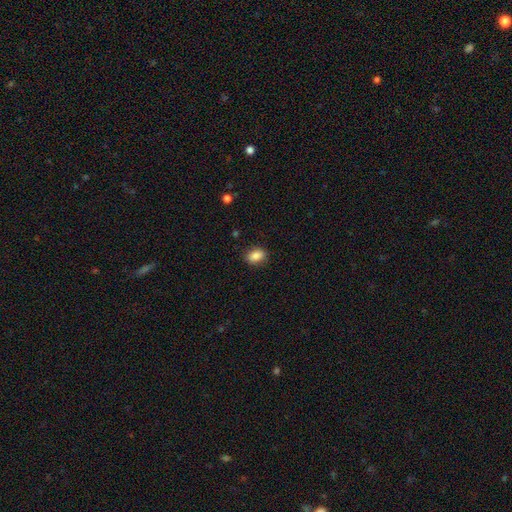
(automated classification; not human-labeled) smooth_or_featured: smooth (p=0.87) [alt: star or artifact p=0.08]
how_rounded: in between (p=0.78) [alt: round p=0.21]
merging: none (p=0.87) [alt: minor disturbance p=0.09]